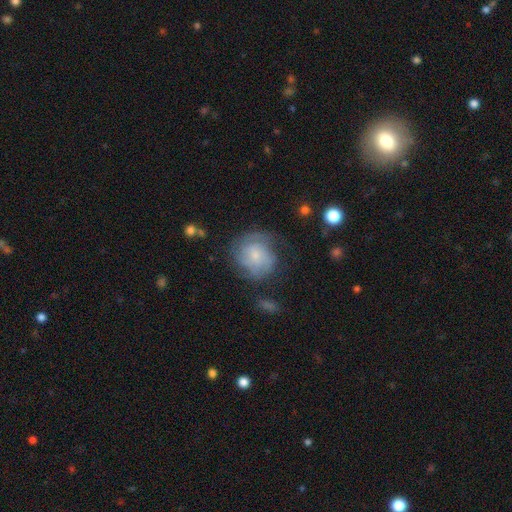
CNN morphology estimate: Smooth or featured? Predicted: featured or disk (p=0.62). Edge-on disk? Predicted: no (p=0.98). Bar? Predicted: no (p=0.72). Spiral arms? Predicted: yes (p=0.86). Spiral winding? Predicted: tight (p=0.54). Spiral arm count? Predicted: can't tell (p=0.42). Bulge size? Predicted: small (p=0.70). Merging? Predicted: none (p=0.59).